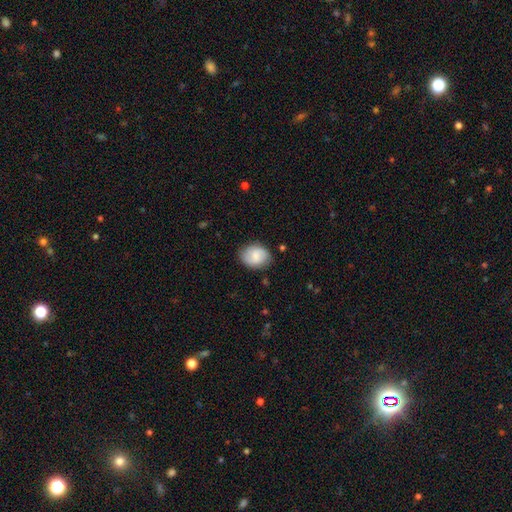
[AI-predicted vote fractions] A smooth galaxy with no disk features (67%) that is in between round and cigar-shaped (59%).

Vote fractions:
- Smooth or featured? smooth: 67% / featured or disk: 26% / star or artifact: 7%
- How rounded? in between: 59% / round: 40% / cigar-shaped: 1%
- Merging? none: 80% / minor disturbance: 15% / major disturbance: 4% / merger: 1%